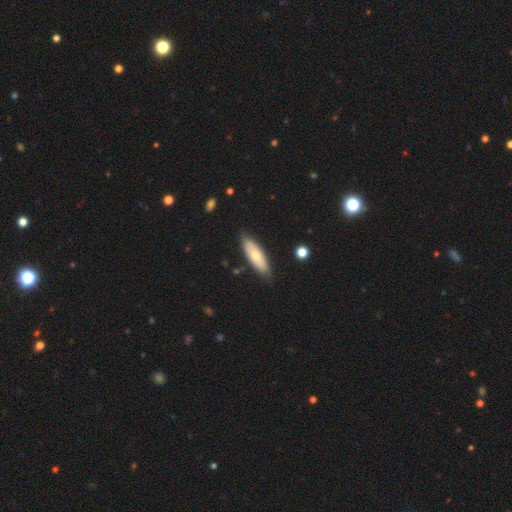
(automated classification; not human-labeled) Smooth or featured? Predicted: smooth (p=0.61). How rounded? Predicted: in between (p=0.58). Merging? Predicted: none (p=0.83).